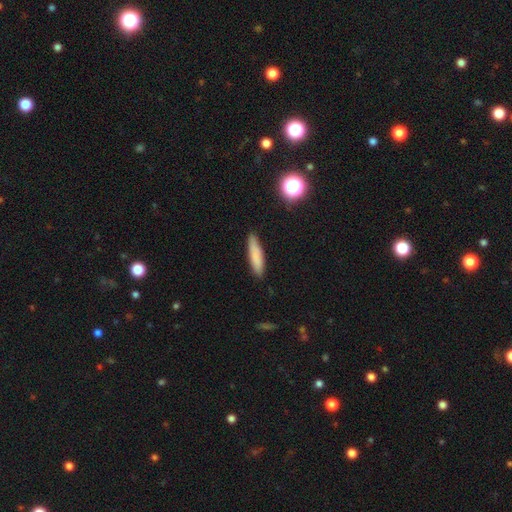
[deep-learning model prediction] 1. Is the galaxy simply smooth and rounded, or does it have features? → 80% smooth, 13% featured or disk, 8% star or artifact.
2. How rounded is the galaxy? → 80% cigar-shaped, 18% in between, 2% round.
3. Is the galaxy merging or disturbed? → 85% none, 12% minor disturbance, 2% major disturbance, 1% merger.